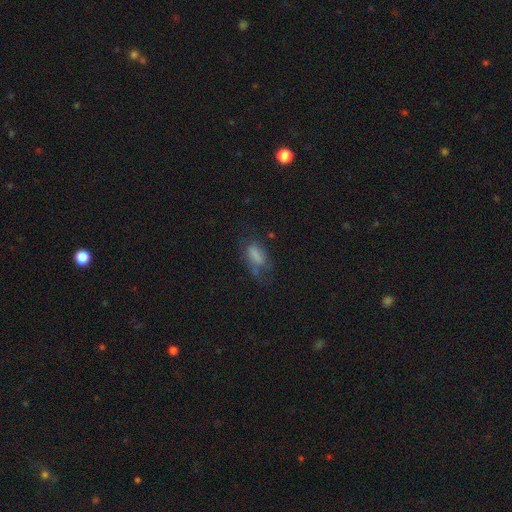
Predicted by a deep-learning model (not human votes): Q: Smooth or featured?
A: smooth (65%); runner-up: featured or disk (23%)
Q: How rounded?
A: in between (87%); runner-up: cigar-shaped (8%)
Q: Merging?
A: none (36%); runner-up: major disturbance (31%)